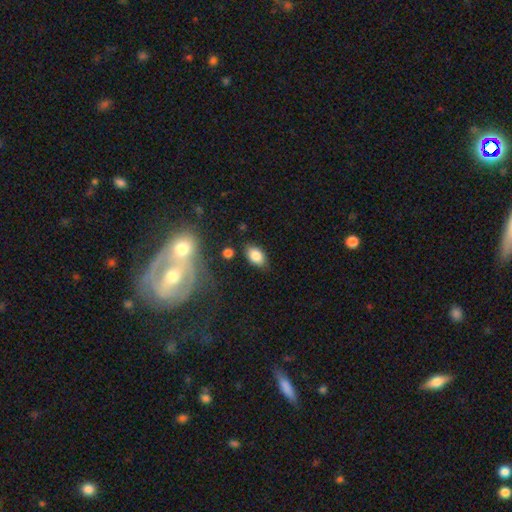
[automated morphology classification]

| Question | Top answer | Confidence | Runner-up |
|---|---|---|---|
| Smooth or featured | smooth | 84% | star or artifact (9%) |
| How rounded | in between | 90% | round (8%) |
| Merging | none | 80% | minor disturbance (14%) |